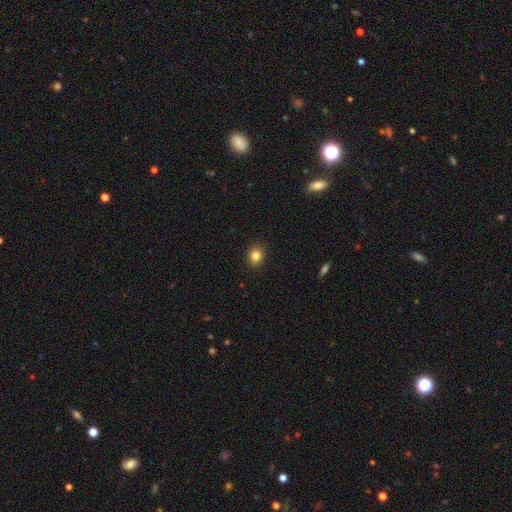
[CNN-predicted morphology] Smooth or featured? Predicted: smooth (p=0.84). How rounded? Predicted: round (p=0.62). Merging? Predicted: none (p=0.90).